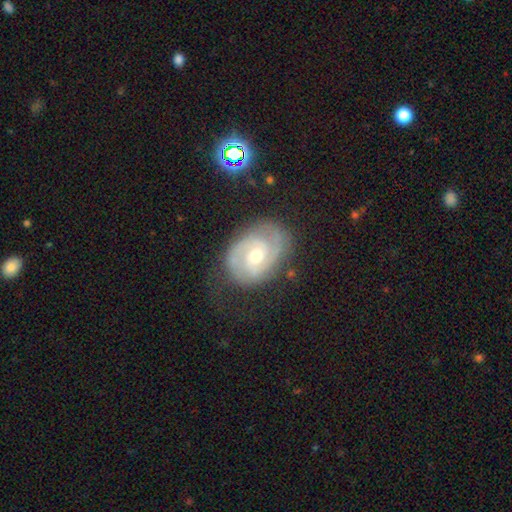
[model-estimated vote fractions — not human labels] This appears to be a featured or disk galaxy (85%) with no bar (50%), 2 (66%) tight (54%) spiral arms (95%) and a moderate central bulge (64%). Merging: none (72%).